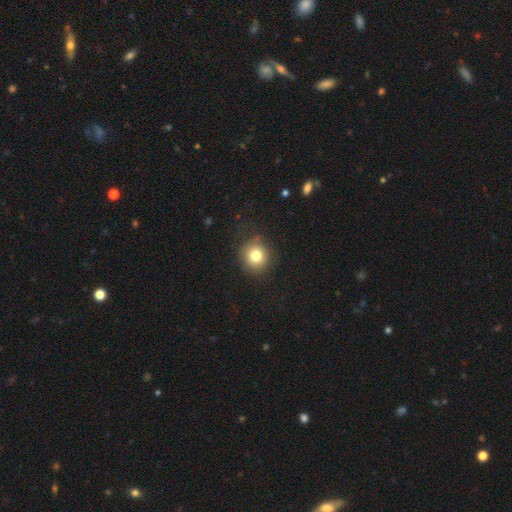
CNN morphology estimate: Smooth or featured? Predicted: smooth (p=0.79). How rounded? Predicted: round (p=0.90). Merging? Predicted: none (p=0.83).